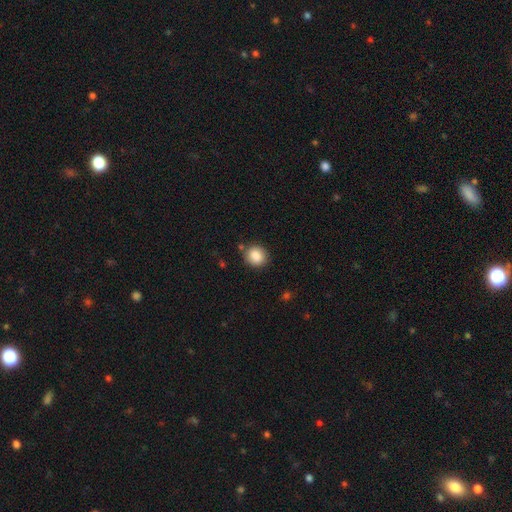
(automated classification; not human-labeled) Morphology: type=smooth (86%); roundness=round (74%); merging=none (82%).